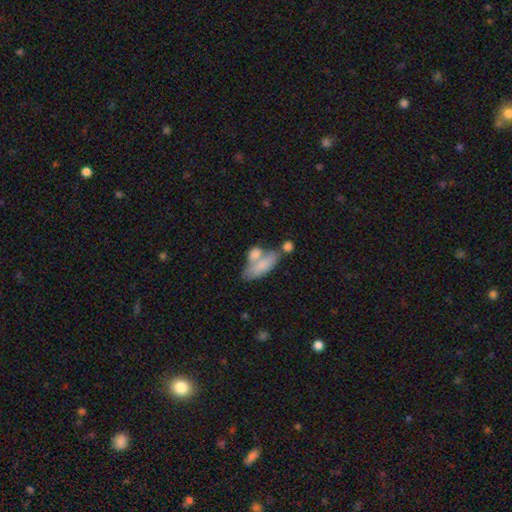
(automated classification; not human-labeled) A smooth galaxy with no disk features (74%) that is in between round and cigar-shaped (74%). Merging: merger (45%).